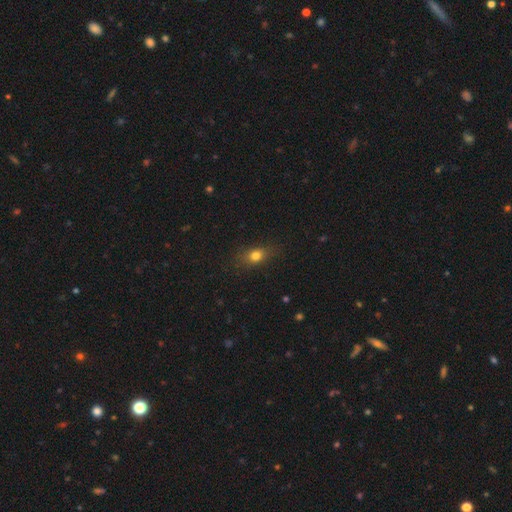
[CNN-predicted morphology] Smooth or featured: smooth — 76% (star or artifact — 14%)
How rounded: in between — 58% (round — 35%)
Merging: none — 79% (minor disturbance — 15%)